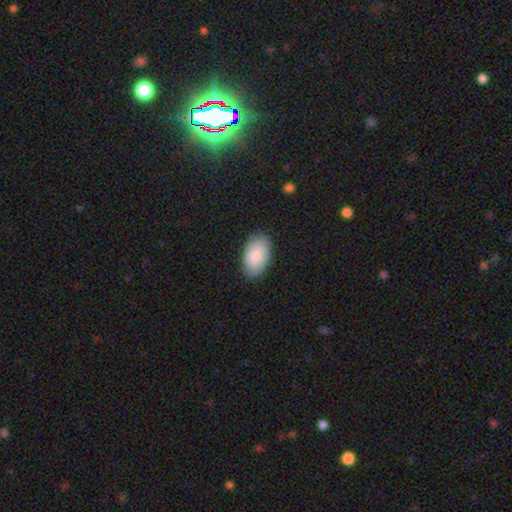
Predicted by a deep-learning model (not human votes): The model was most divided on "merging": none: 84%, minor disturbance: 12%, major disturbance: 3%, merger: 1%. More confident: how rounded — in between (95%); smooth or featured — smooth (86%).